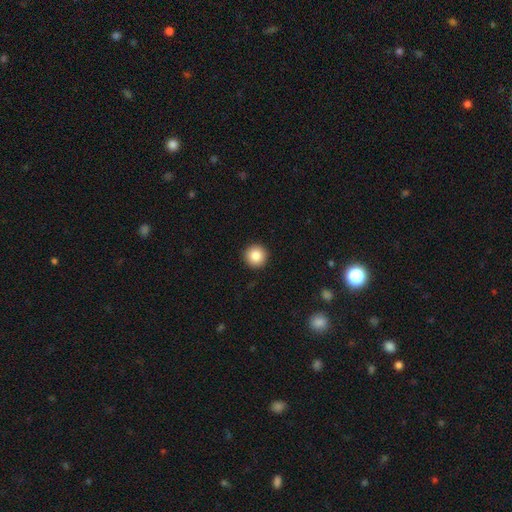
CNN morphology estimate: Smooth or featured?
  - smooth: 86% *
  - star or artifact: 9%
  - featured or disk: 6%
How rounded?
  - round: 96% *
  - in between: 3%
  - cigar-shaped: 1%
Merging?
  - none: 93% *
  - minor disturbance: 4%
  - major disturbance: 2%
  - merger: 1%